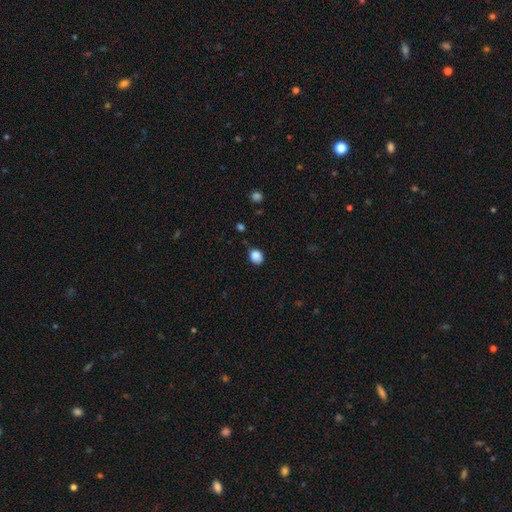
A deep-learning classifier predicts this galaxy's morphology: The model was most divided on "how rounded": round: 58%, in between: 41%, cigar-shaped: 1%. More confident: smooth or featured — smooth (86%); merging — none (72%).